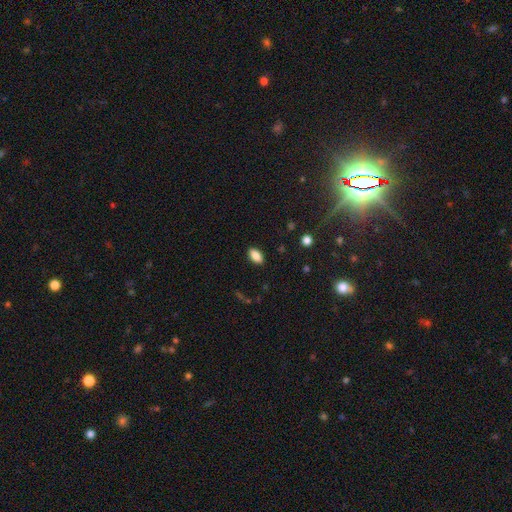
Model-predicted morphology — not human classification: smooth-or-featured: smooth: 86% | star or artifact: 8% | featured or disk: 6%
  how-rounded: in between: 91% | cigar-shaped: 5% | round: 4%
  merging: none: 88% | minor disturbance: 9% | major disturbance: 2% | merger: 1%